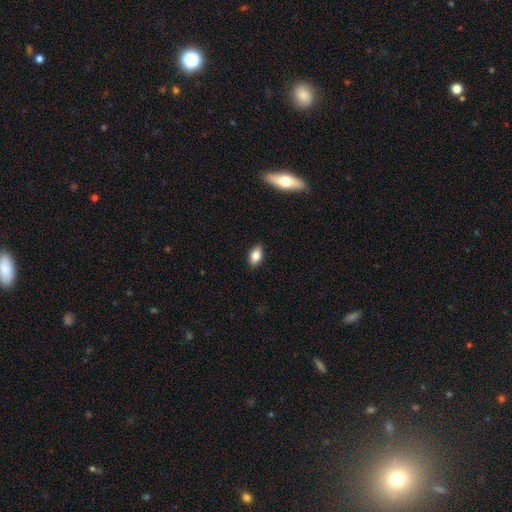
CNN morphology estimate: type=smooth (82%); roundness=in between (89%); merging=none (87%).